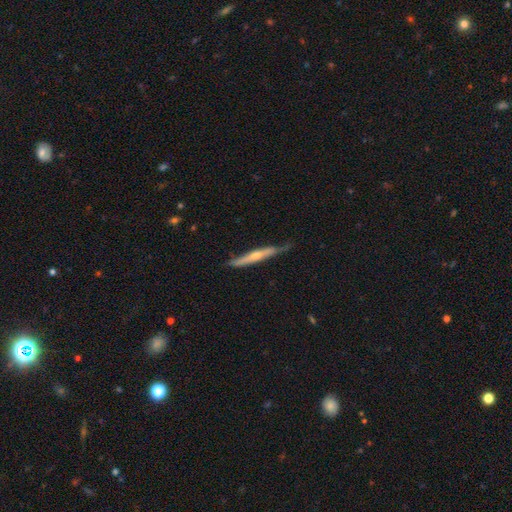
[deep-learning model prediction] A featured or disk galaxy (58%) viewed edge-on (93%) with a rounded central bulge (66%). Merging: none (65%).